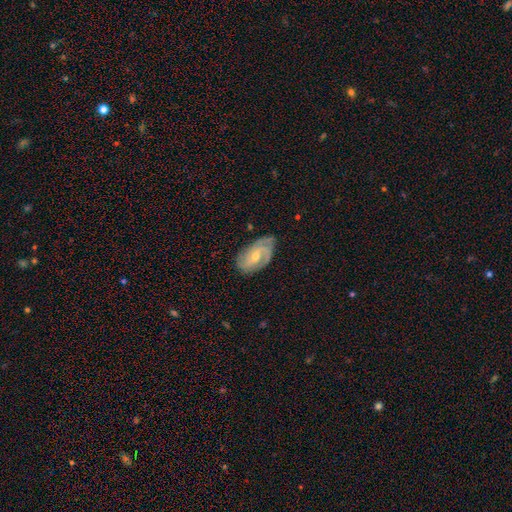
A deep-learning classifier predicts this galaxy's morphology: Smooth or featured?
  - featured or disk: 80% *
  - smooth: 14%
  - star or artifact: 5%
Edge-on disk?
  - no: 96% *
  - yes: 4%
Bar?
  - weak: 47% *
  - no: 42%
  - strong: 12%
Spiral arms?
  - yes: 95% *
  - no: 5%
Spiral winding?
  - tight: 44% *
  - medium: 42%
  - loose: 14%
Spiral arm count?
  - 2: 49% *
  - 3: 24%
  - can't tell: 15%
  - 1: 5%
  - 4: 5%
  - more than 4: 3%
Bulge size?
  - small: 50% *
  - moderate: 46%
  - none: 2%
  - large: 1%
  - dominant: 1%
Merging?
  - none: 72% *
  - minor disturbance: 21%
  - major disturbance: 5%
  - merger: 1%